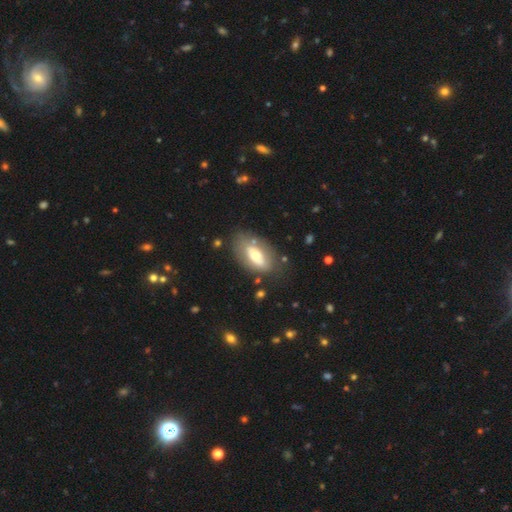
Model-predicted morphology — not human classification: type=smooth (49%); merging=none (70%).